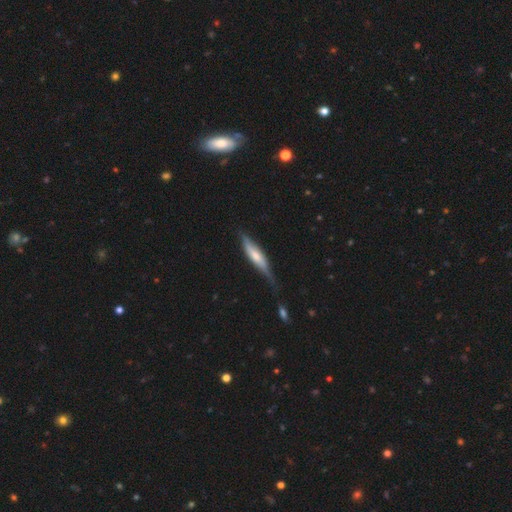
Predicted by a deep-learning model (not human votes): Q: Smooth or featured?
A: smooth (51%); runner-up: featured or disk (44%)
Q: How rounded?
A: cigar-shaped (75%); runner-up: in between (24%)
Q: Merging?
A: none (47%); runner-up: minor disturbance (37%)